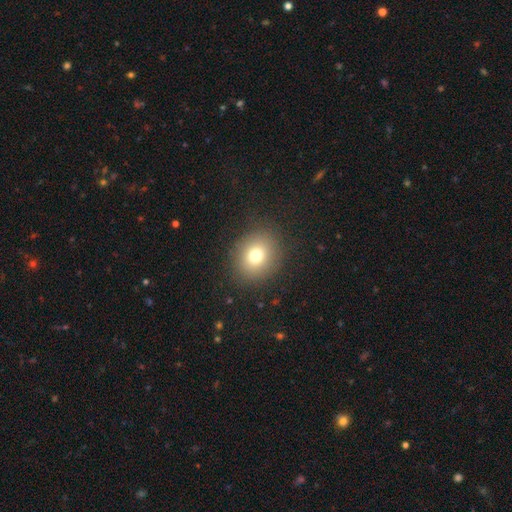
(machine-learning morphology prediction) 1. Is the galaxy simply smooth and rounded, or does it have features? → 75% smooth, 14% star or artifact, 11% featured or disk.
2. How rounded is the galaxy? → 73% round, 26% in between, 1% cigar-shaped.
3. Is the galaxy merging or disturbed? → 87% none, 8% minor disturbance, 4% major disturbance, 1% merger.